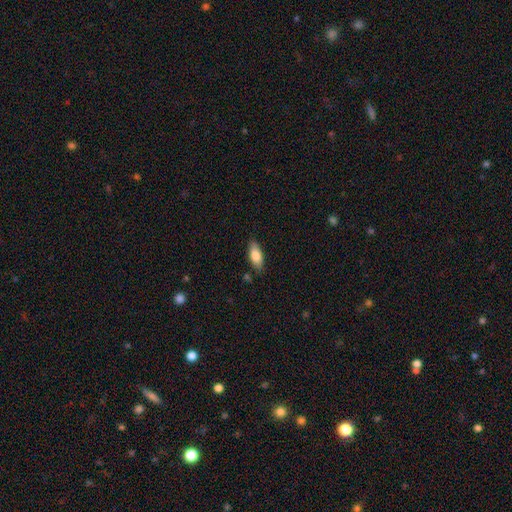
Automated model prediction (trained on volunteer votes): smooth_or_featured: smooth (p=0.80) [alt: featured or disk p=0.14]
how_rounded: in between (p=0.81) [alt: cigar-shaped p=0.17]
merging: none (p=0.82) [alt: minor disturbance p=0.13]